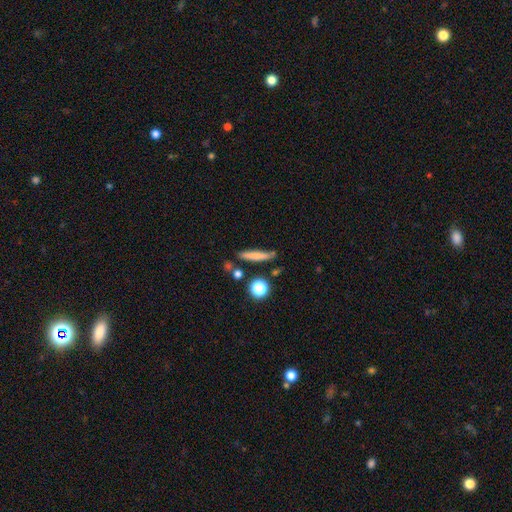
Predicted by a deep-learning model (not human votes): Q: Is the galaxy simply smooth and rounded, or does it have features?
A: smooth — 69%.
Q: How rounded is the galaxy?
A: cigar-shaped — 87%.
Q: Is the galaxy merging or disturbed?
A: none — 78%.